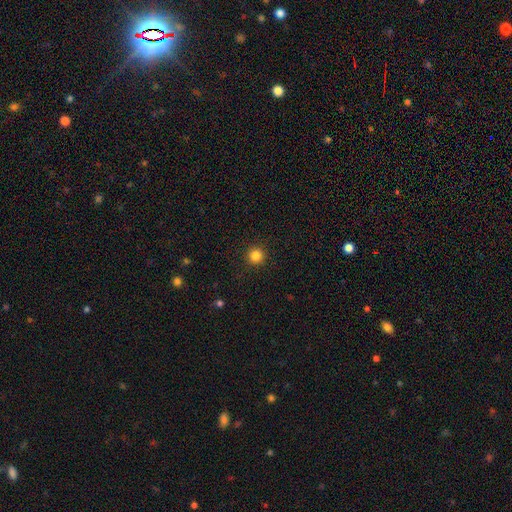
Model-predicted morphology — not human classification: A smooth galaxy with no disk features (84%) that is round (96%). Merging: none (92%).